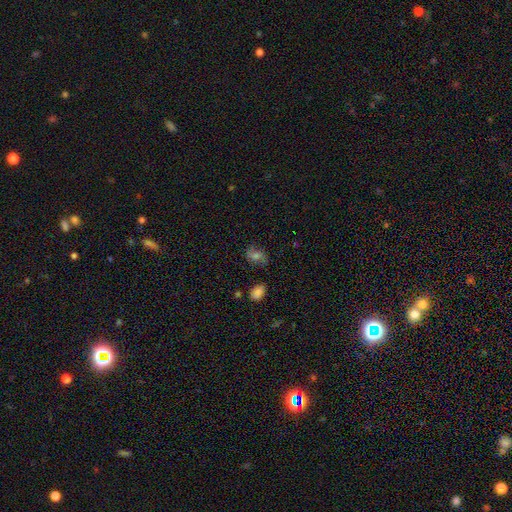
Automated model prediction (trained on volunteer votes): This is marginally a featured or disk galaxy (44%). Merging: likely none (74%).